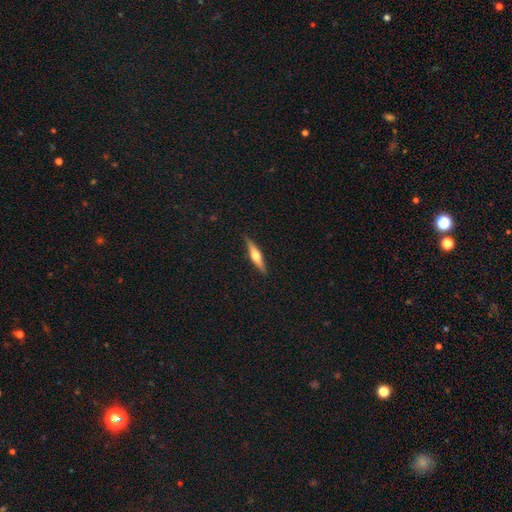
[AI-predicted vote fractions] A featured or disk galaxy (66%) viewed edge-on (97%) with a rounded central bulge (94%). Merging: none (89%).